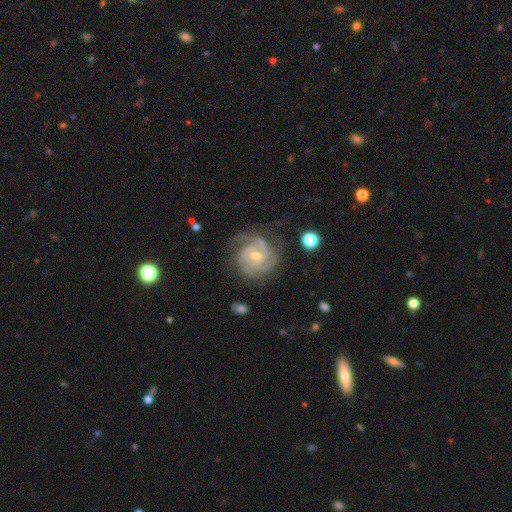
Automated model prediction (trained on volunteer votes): A featured or disk galaxy (91%) with no bar (66%), 3 (44%) tight (72%) spiral arms (98%) and a small central bulge (59%).

Vote fractions:
- Smooth or featured? featured or disk: 91% / star or artifact: 5% / smooth: 4%
- Edge-on disk? no: 98% / yes: 2%
- Bar? no: 66% / weak: 26% / strong: 7%
- Spiral arms? yes: 98% / no: 2%
- Spiral winding? tight: 72% / medium: 25% / loose: 3%
- Spiral arm count? 3: 44% / 2: 25% / can't tell: 12% / 4: 10% / 1: 5% / more than 4: 5%
- Bulge size? small: 59% / moderate: 38% / none: 1% / large: 1% / dominant: 1%
- Merging? none: 74% / minor disturbance: 18% / major disturbance: 7% / merger: 2%